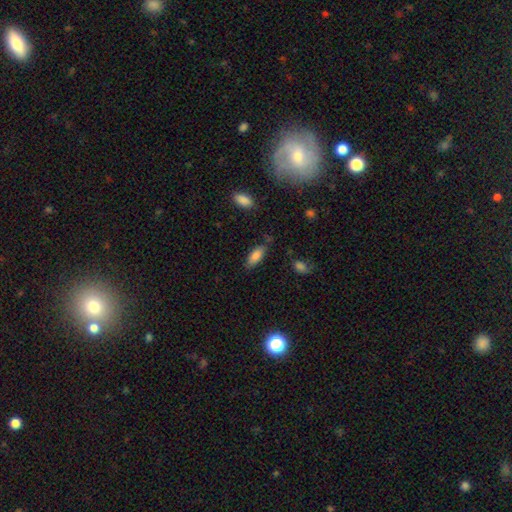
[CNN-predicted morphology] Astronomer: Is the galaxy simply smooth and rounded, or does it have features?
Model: smooth — 83%.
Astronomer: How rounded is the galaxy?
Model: in between — 75%.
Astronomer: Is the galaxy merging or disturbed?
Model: none — 76%.